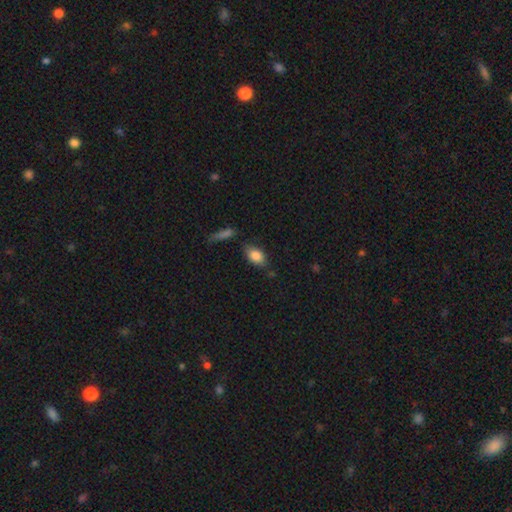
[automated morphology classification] smooth 84%, featured or disk 8%, star or artifact 8%. Down the decision tree: how rounded — in between (87%); merging — none (70%).